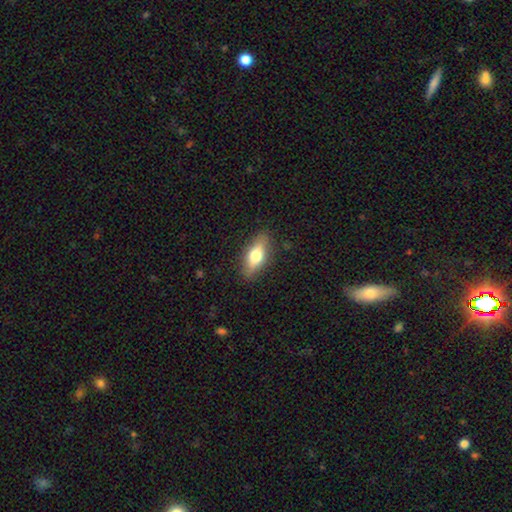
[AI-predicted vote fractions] Smooth or featured: smooth — 61% (featured or disk — 32%)
How rounded: in between — 69% (cigar-shaped — 26%)
Merging: none — 85% (minor disturbance — 11%)